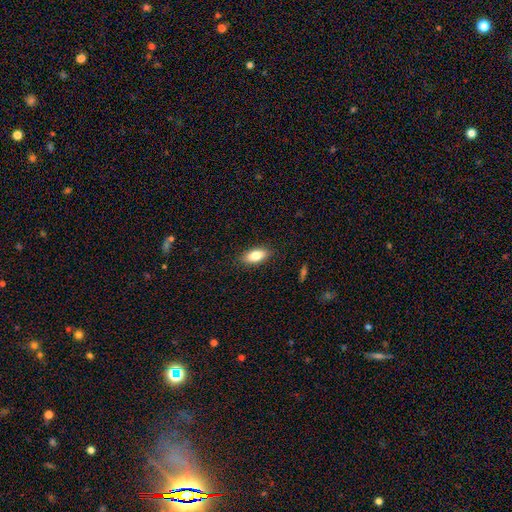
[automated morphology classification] smooth_or_featured: smooth (p=0.80) [alt: featured or disk p=0.12]
how_rounded: in between (p=0.86) [alt: cigar-shaped p=0.09]
merging: none (p=0.88) [alt: minor disturbance p=0.09]